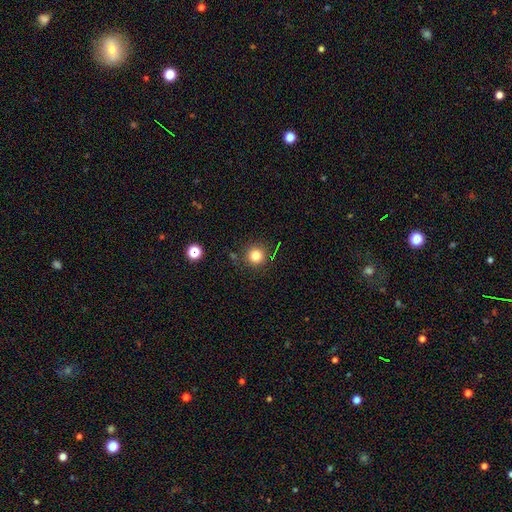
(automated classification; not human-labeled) A smooth galaxy with no disk features (80%) that is round (95%).

Vote fractions:
- Smooth or featured? smooth: 80% / star or artifact: 13% / featured or disk: 6%
- How rounded? round: 95% / in between: 4% / cigar-shaped: 1%
- Merging? none: 85% / minor disturbance: 8% / merger: 3% / major disturbance: 3%